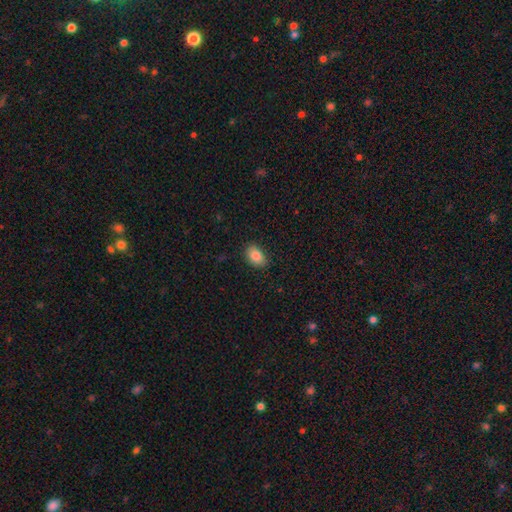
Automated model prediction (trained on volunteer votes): This is clearly a smooth galaxy (86%). How rounded: clearly in between (84%). Merging: clearly none (84%).